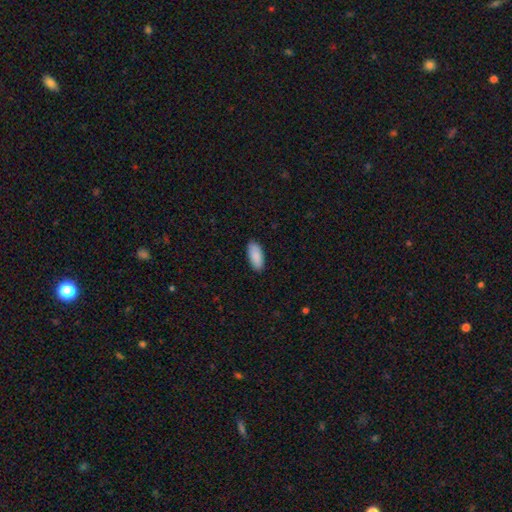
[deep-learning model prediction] This appears to be a smooth galaxy with no disk features (90%) that is in between round and cigar-shaped (88%). Merging: none (89%).